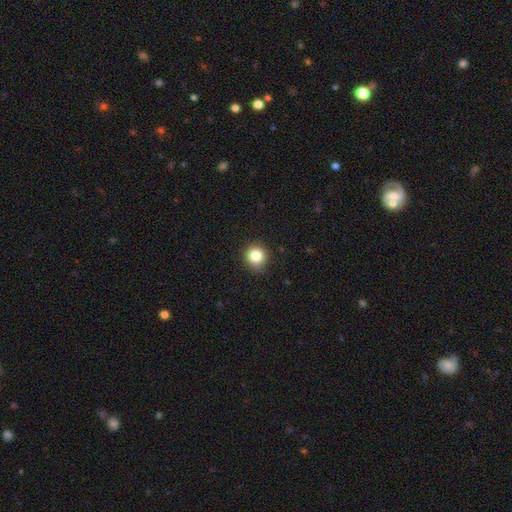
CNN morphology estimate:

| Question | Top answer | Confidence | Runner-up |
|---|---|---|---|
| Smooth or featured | smooth | 83% | star or artifact (11%) |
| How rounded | round | 91% | in between (8%) |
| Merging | none | 86% | minor disturbance (10%) |